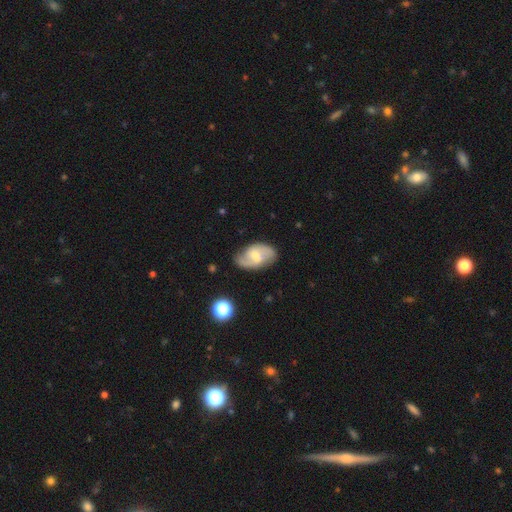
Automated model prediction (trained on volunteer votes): Smooth or featured: featured or disk — 71% (smooth — 23%)
Edge-on disk: no — 96% (yes — 4%)
Bar: weak — 56% (no — 26%)
Spiral arms: yes — 90% (no — 10%)
Spiral winding: medium — 46% (loose — 37%)
Spiral arm count: 2 — 87% (can't tell — 8%)
Bulge size: moderate — 47% (small — 42%)
Merging: none — 76% (minor disturbance — 17%)